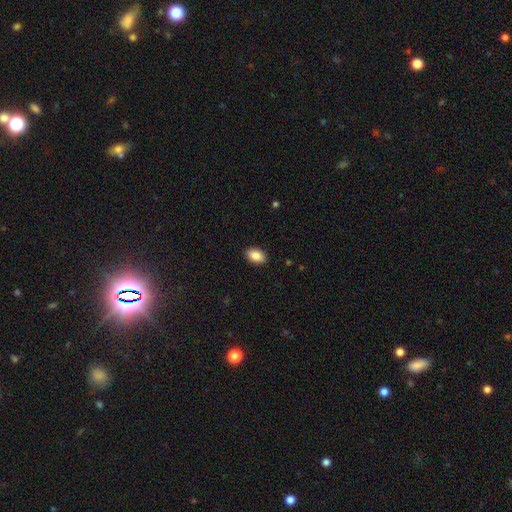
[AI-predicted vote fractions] smooth 88%, star or artifact 7%, featured or disk 5%. Down the decision tree: how rounded — in between (92%); merging — none (90%).